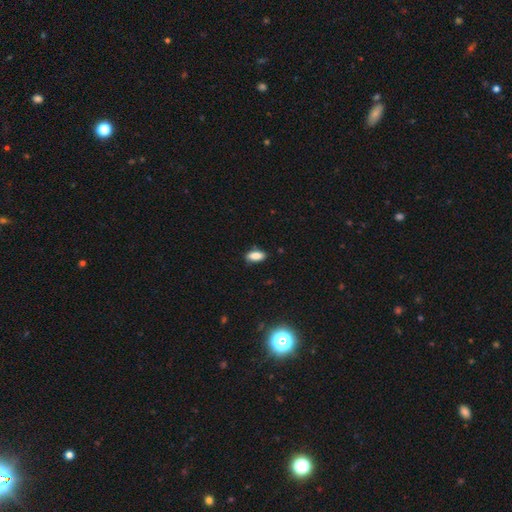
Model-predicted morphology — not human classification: Q: Smooth or featured?
A: smooth (86%); runner-up: star or artifact (8%)
Q: How rounded?
A: in between (86%); runner-up: cigar-shaped (11%)
Q: Merging?
A: none (78%); runner-up: minor disturbance (17%)